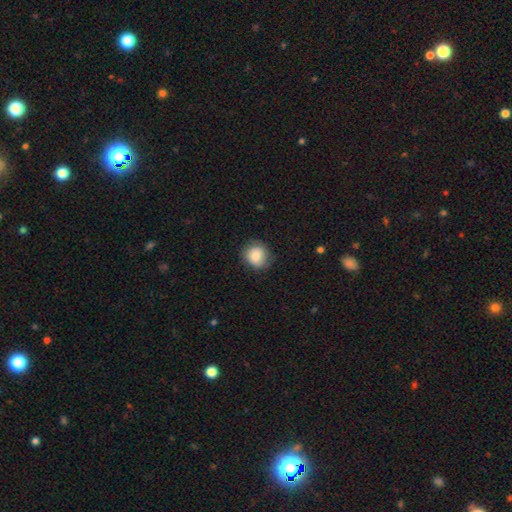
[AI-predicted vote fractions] smooth 82%, featured or disk 10%, star or artifact 8%. Down the decision tree: how rounded — round (82%); merging — none (77%).